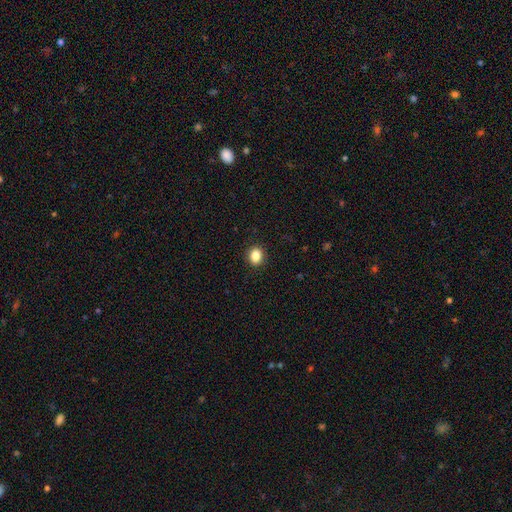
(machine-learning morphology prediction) The model was most divided on "how rounded": round: 62%, in between: 37%, cigar-shaped: 1%. More confident: merging — none (91%); smooth or featured — smooth (85%).